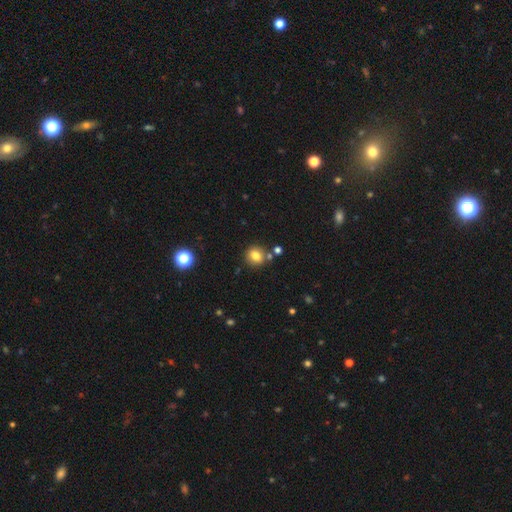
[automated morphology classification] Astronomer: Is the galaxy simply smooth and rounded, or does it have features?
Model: smooth — 79%.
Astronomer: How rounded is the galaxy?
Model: round — 82%.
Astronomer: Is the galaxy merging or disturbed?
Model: none — 77%.